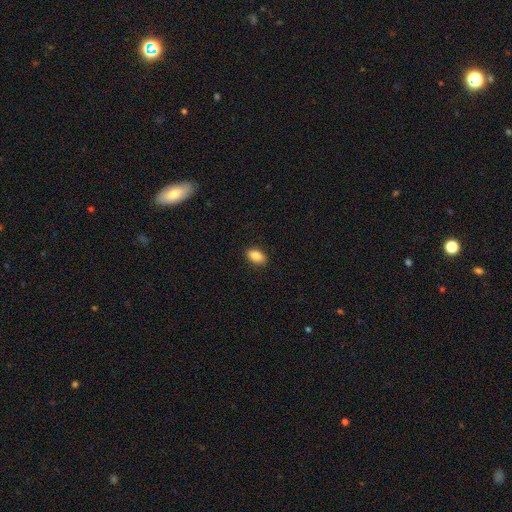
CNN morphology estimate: smooth-or-featured: smooth: 87% | star or artifact: 8% | featured or disk: 5%
  how-rounded: in between: 91% | round: 6% | cigar-shaped: 3%
  merging: none: 89% | minor disturbance: 8% | major disturbance: 2% | merger: 1%